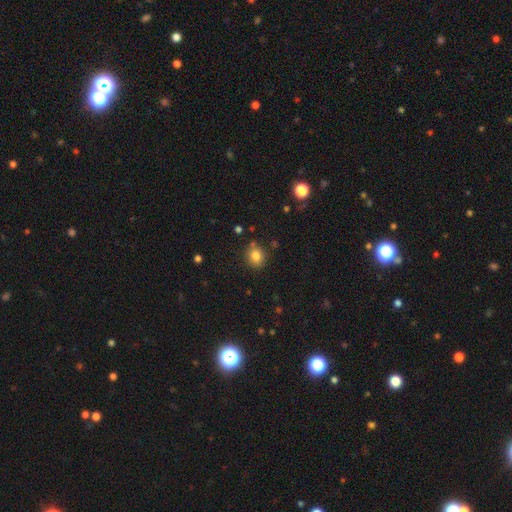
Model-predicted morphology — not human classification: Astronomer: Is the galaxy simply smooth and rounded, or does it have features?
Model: smooth — 81%.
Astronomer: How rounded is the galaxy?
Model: round — 73%.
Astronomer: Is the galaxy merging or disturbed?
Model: none — 82%.